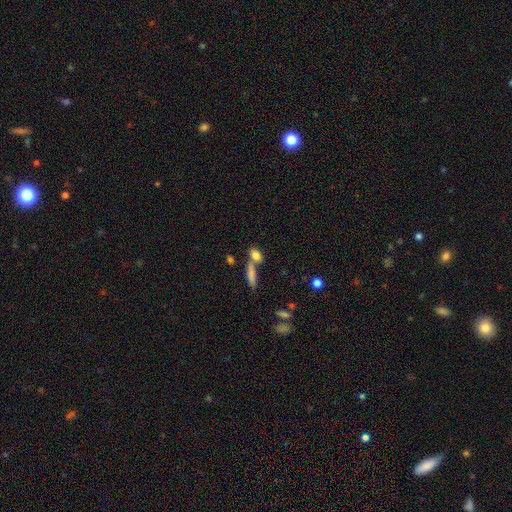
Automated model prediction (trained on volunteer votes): Smooth or featured? smooth (78%)
How rounded? in between (64%)
Merging? none (48%)